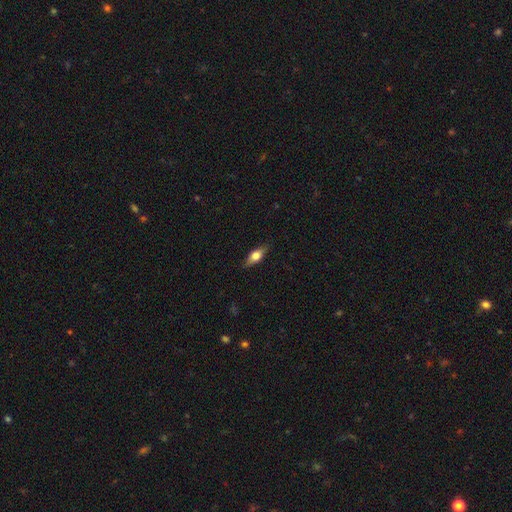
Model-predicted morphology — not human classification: Smooth or featured? Predicted: smooth (p=0.52). How rounded? Predicted: in between (p=0.63). Merging? Predicted: none (p=0.86).